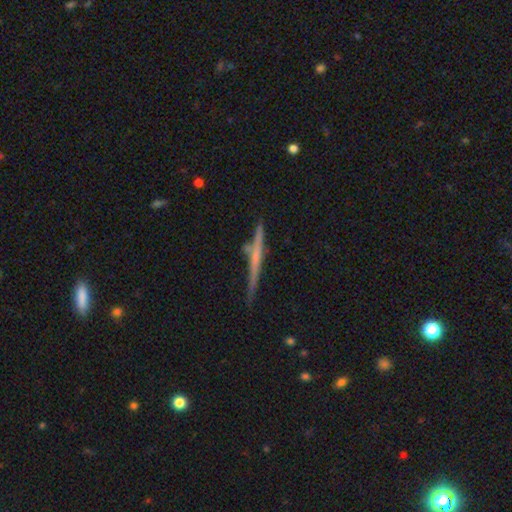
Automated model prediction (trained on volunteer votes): Smooth or featured? Predicted: featured or disk (p=0.61). Edge-on disk? Predicted: yes (p=0.97). Edge-on bulge? Predicted: none (p=0.67). Merging? Predicted: none (p=0.78).